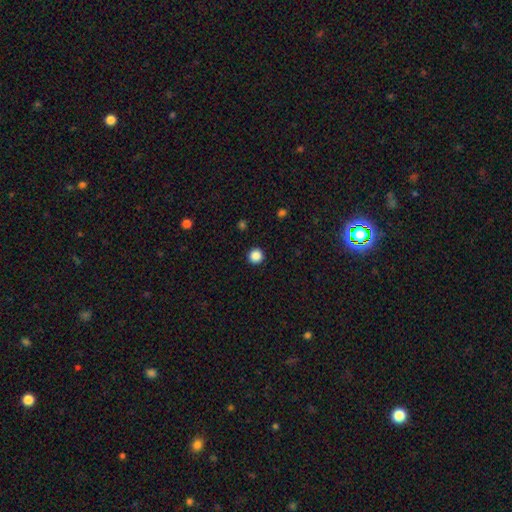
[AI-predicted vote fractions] A smooth galaxy with no disk features (87%) that is round (96%).

Vote fractions:
- Smooth or featured? smooth: 87% / star or artifact: 10% / featured or disk: 2%
- How rounded? round: 96% / in between: 3% / cigar-shaped: 1%
- Merging? none: 93% / minor disturbance: 4% / major disturbance: 2% / merger: 1%